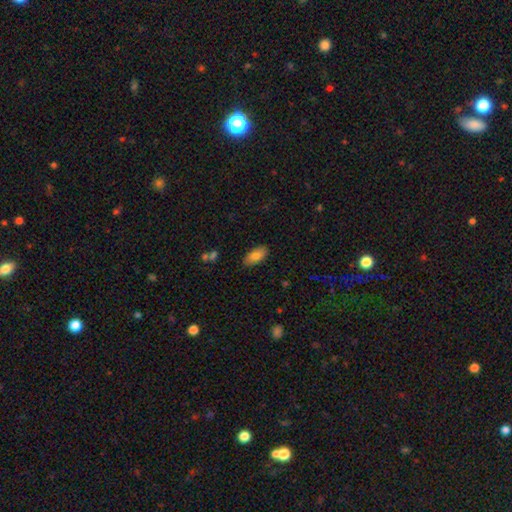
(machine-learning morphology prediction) A smooth galaxy with no disk features (83%) that is in between round and cigar-shaped (90%).

Vote fractions:
- Smooth or featured? smooth: 83% / featured or disk: 10% / star or artifact: 7%
- How rounded? in between: 90% / cigar-shaped: 8% / round: 2%
- Merging? none: 85% / minor disturbance: 11% / major disturbance: 2% / merger: 2%